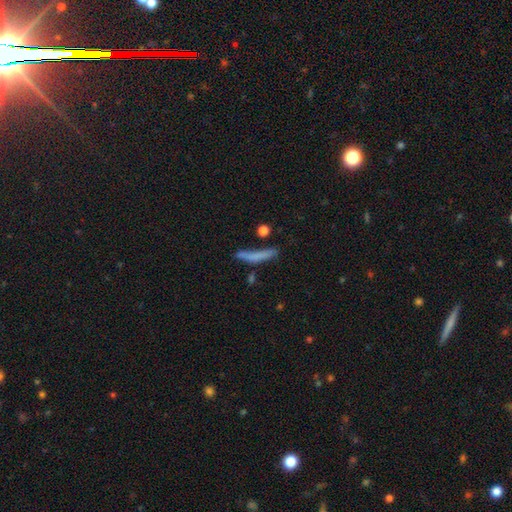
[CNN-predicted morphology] This is likely a smooth galaxy (66%). How rounded: clearly cigar-shaped (90%). Merging: possibly none (60%).